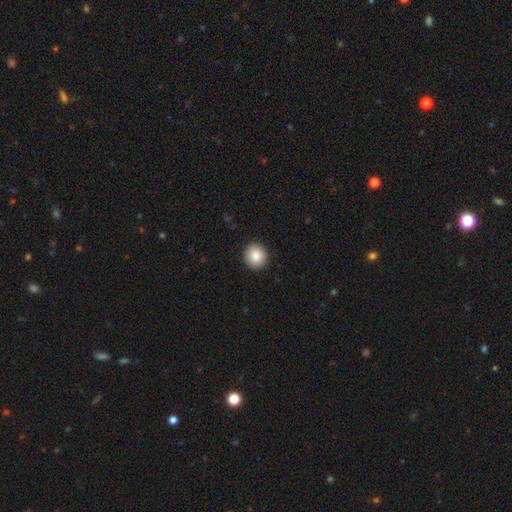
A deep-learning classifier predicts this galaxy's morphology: smooth 88%, star or artifact 8%, featured or disk 4%. Down the decision tree: how rounded — round (88%); merging — none (92%).